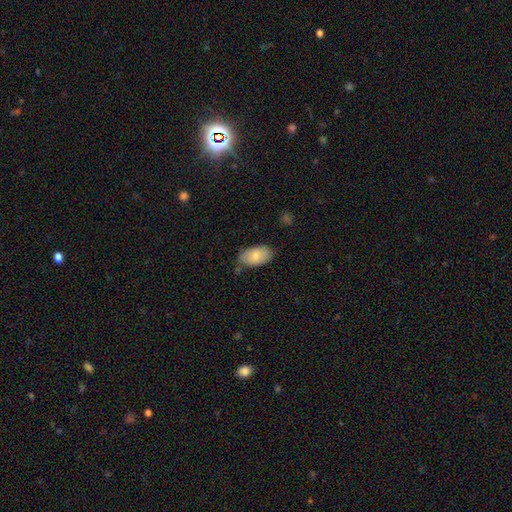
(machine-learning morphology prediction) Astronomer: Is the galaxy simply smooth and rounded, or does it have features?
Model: smooth — 79%.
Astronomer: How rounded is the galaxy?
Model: in between — 94%.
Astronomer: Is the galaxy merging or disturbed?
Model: none — 69%.